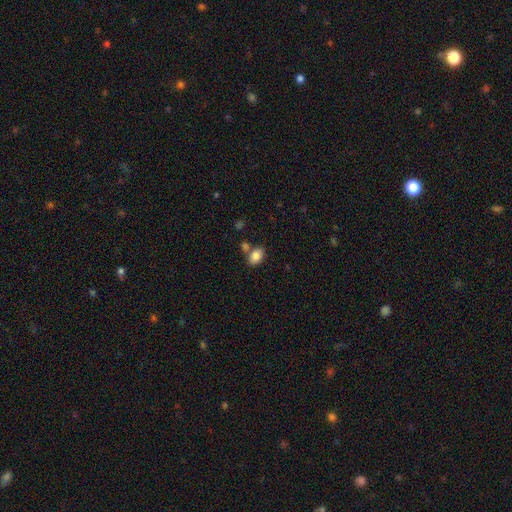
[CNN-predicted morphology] A smooth galaxy with no disk features (84%) that is in between round and cigar-shaped (79%).

Vote fractions:
- Smooth or featured? smooth: 84% / star or artifact: 8% / featured or disk: 7%
- How rounded? in between: 79% / round: 20% / cigar-shaped: 1%
- Merging? none: 65% / merger: 18% / minor disturbance: 13% / major disturbance: 4%